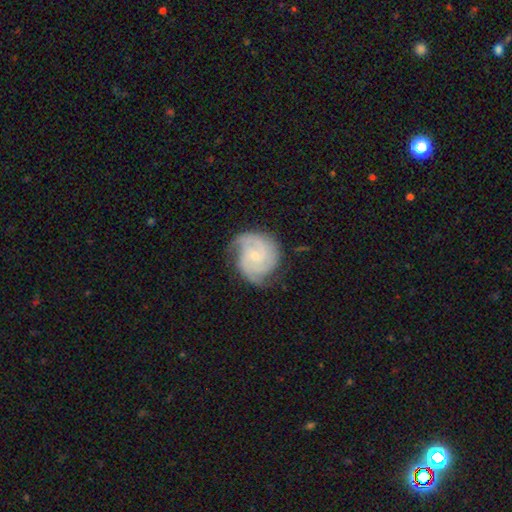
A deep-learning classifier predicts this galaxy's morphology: Q: Smooth or featured?
A: featured or disk (87%); runner-up: smooth (9%)
Q: Edge-on disk?
A: no (98%); runner-up: yes (2%)
Q: Bar?
A: no (61%); runner-up: weak (34%)
Q: Spiral arms?
A: yes (98%); runner-up: no (2%)
Q: Spiral winding?
A: tight (60%); runner-up: medium (34%)
Q: Spiral arm count?
A: 3 (43%); runner-up: 2 (29%)
Q: Bulge size?
A: small (69%); runner-up: moderate (27%)
Q: Merging?
A: none (72%); runner-up: minor disturbance (20%)